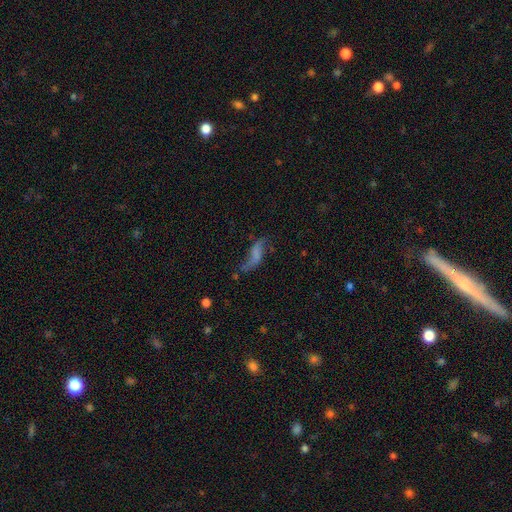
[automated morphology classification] Q: Smooth or featured?
A: featured or disk (51%); runner-up: smooth (35%)
Q: Edge-on disk?
A: no (87%); runner-up: yes (13%)
Q: Merging?
A: none (46%); runner-up: minor disturbance (24%)